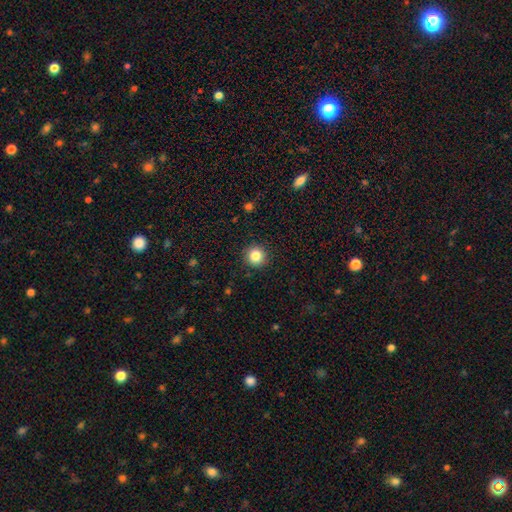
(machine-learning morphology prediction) Q: Smooth or featured?
A: smooth (84%); runner-up: star or artifact (11%)
Q: How rounded?
A: round (95%); runner-up: in between (4%)
Q: Merging?
A: none (92%); runner-up: minor disturbance (5%)